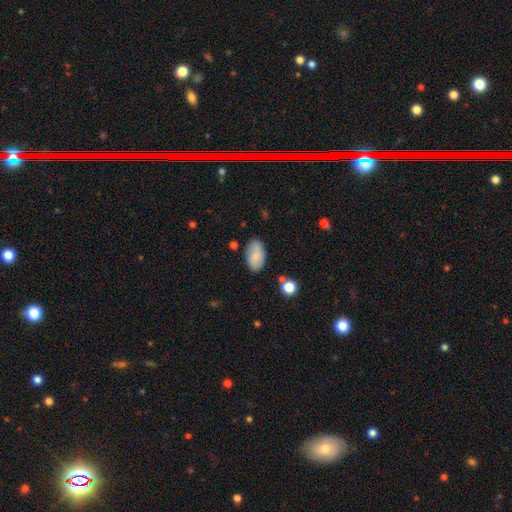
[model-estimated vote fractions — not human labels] This appears to be a smooth galaxy with no disk features (84%) that is in between round and cigar-shaped (94%). Merging: none (80%).